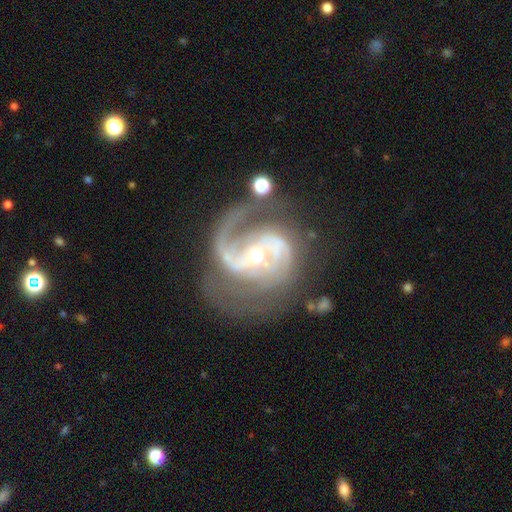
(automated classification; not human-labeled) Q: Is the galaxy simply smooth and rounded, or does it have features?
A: featured or disk — 90%.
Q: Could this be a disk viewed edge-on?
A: no — 98%.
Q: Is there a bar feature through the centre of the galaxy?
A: weak — 40%.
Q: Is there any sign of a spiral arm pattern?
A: yes — 97%.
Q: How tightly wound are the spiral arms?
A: medium — 52%.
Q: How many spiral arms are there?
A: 2 — 64%.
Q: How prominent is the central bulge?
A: moderate — 49%.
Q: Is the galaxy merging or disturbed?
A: none — 52%.